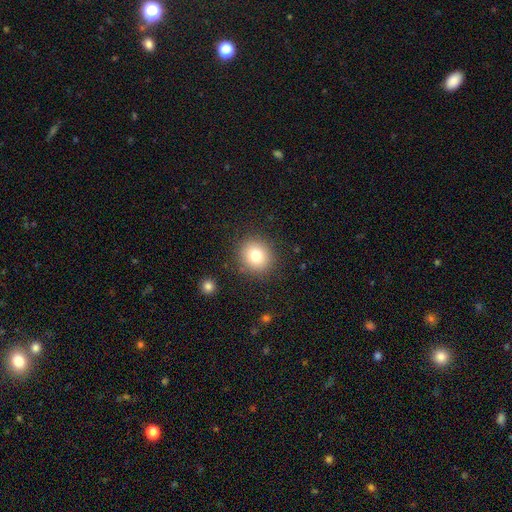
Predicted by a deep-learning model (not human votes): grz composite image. It shows a smooth galaxy with no disk features (78%) that is round (86%). Merging: none (87%).